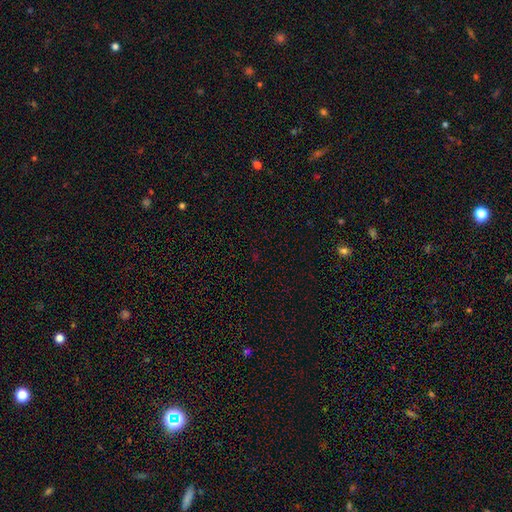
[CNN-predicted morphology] A star or artifact, not a galaxy (69%).